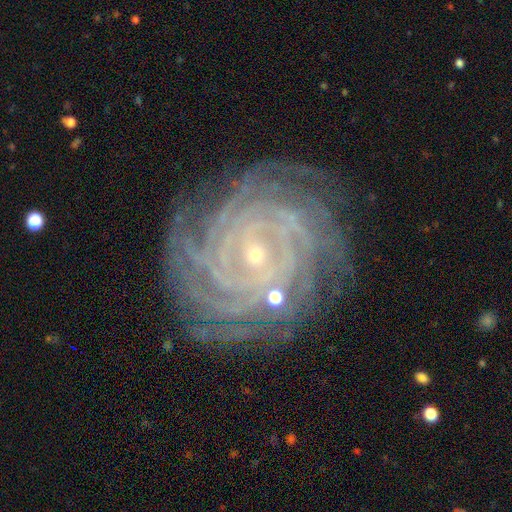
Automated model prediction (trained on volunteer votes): Smooth or featured: featured or disk — 91% (star or artifact — 6%)
Edge-on disk: no — 97% (yes — 3%)
Bar: no — 55% (weak — 29%)
Spiral arms: yes — 99% (no — 1%)
Spiral winding: tight — 89% (medium — 9%)
Spiral arm count: more than 4 — 34% (4 — 25%)
Bulge size: small — 81% (moderate — 16%)
Merging: none — 81% (minor disturbance — 13%)